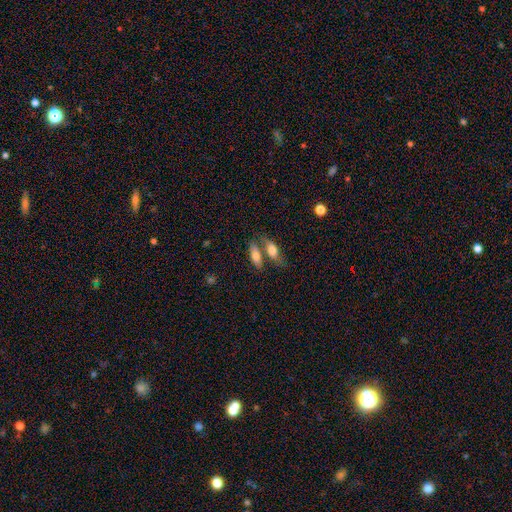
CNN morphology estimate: Smooth or featured?
  - smooth: 69% *
  - featured or disk: 24%
  - star or artifact: 7%
How rounded?
  - in between: 69% *
  - cigar-shaped: 27%
  - round: 3%
Merging?
  - none: 44% *
  - merger: 41%
  - minor disturbance: 10%
  - major disturbance: 4%